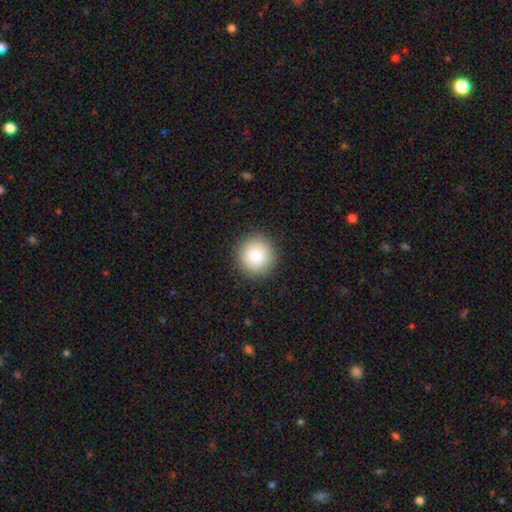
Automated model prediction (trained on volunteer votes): smooth 85%, star or artifact 9%, featured or disk 7%. Down the decision tree: how rounded — round (94%); merging — none (91%).